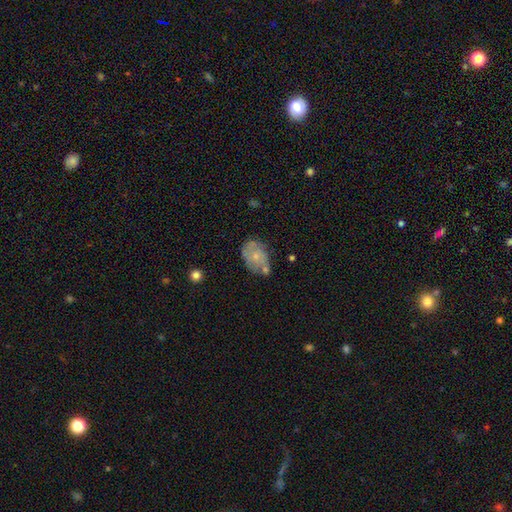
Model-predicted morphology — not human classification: The model was most divided on "smooth or featured" (2-way tie): featured or disk: 46%, smooth: 46%, star or artifact: 8%. Remaining: merging — none (45%).